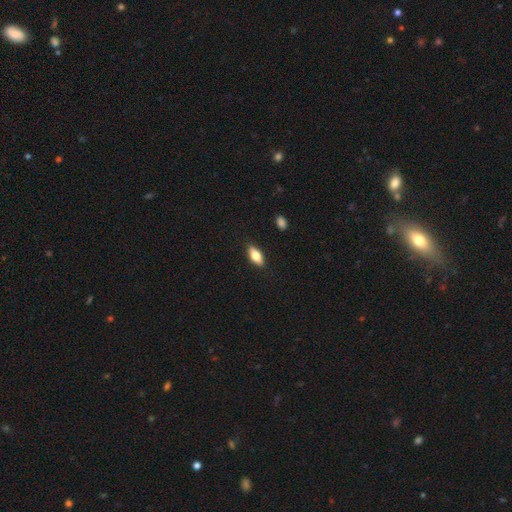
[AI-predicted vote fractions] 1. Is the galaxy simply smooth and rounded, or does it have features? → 74% smooth, 20% featured or disk, 7% star or artifact.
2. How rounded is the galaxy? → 80% in between, 18% cigar-shaped, 3% round.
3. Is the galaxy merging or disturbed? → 88% none, 9% minor disturbance, 2% major disturbance, 1% merger.